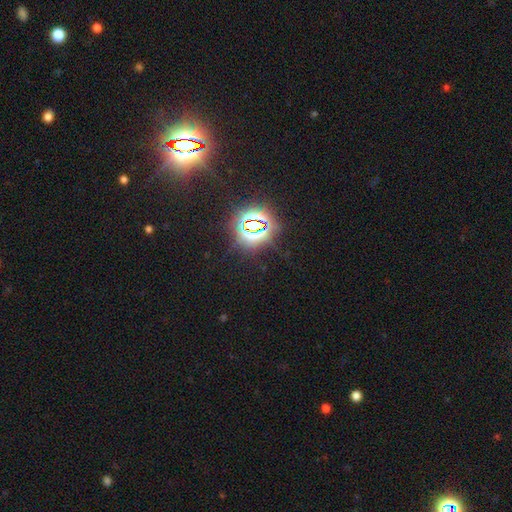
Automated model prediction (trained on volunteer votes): Smooth or featured?
  - star or artifact: 82% *
  - smooth: 12%
  - featured or disk: 7%